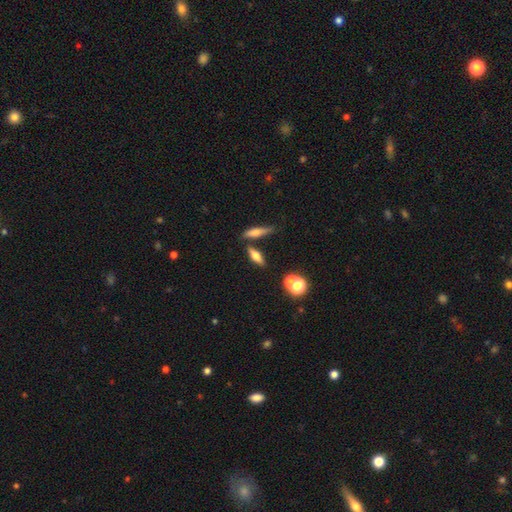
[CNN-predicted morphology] smooth_or_featured: smooth (p=0.53) [alt: featured or disk p=0.35]
how_rounded: cigar-shaped (p=0.51) [alt: in between p=0.43]
merging: none (p=0.71) [alt: merger p=0.14]